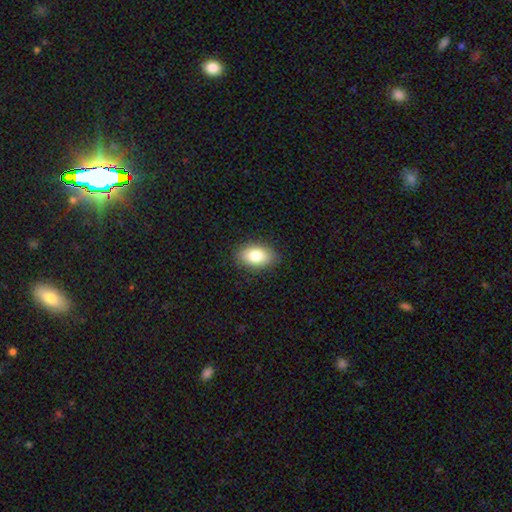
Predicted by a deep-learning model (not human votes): Smooth or featured?
  - smooth: 83% *
  - featured or disk: 10%
  - star or artifact: 7%
How rounded?
  - in between: 90% *
  - round: 9%
  - cigar-shaped: 2%
Merging?
  - none: 86% *
  - minor disturbance: 10%
  - major disturbance: 2%
  - merger: 1%